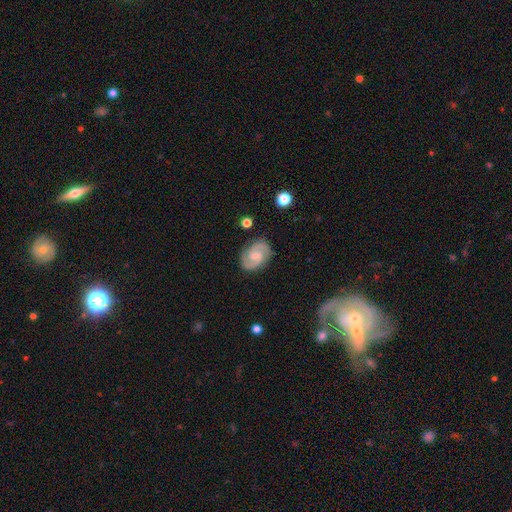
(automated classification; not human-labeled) Smooth or featured: featured or disk — 87% (smooth — 9%)
Edge-on disk: no — 98% (yes — 2%)
Bar: weak — 48% (no — 42%)
Spiral arms: yes — 98% (no — 2%)
Spiral winding: medium — 50% (tight — 40%)
Spiral arm count: 2 — 93% (can't tell — 3%)
Bulge size: small — 41% (moderate — 37%)
Merging: none — 85% (minor disturbance — 11%)